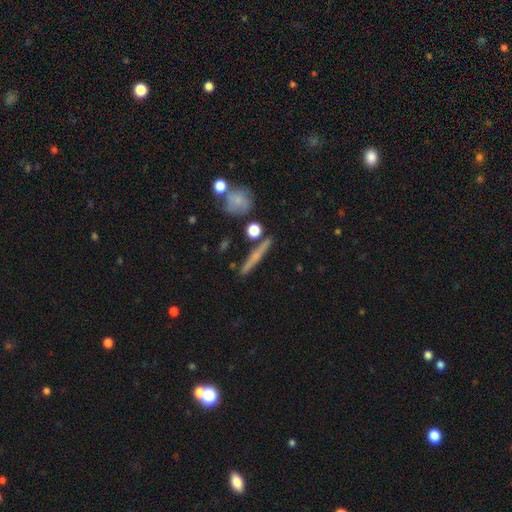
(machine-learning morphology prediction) Smooth or featured? Predicted: featured or disk (p=0.50). Edge-on disk? Predicted: yes (p=0.94). Merging? Predicted: none (p=0.84).